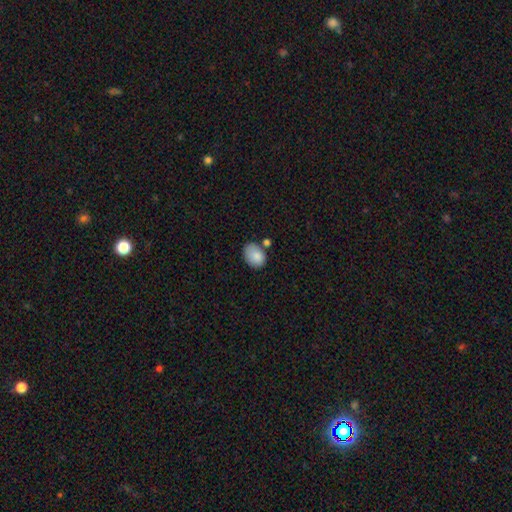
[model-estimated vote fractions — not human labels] Smooth or featured?
  - smooth: 85% *
  - star or artifact: 8%
  - featured or disk: 7%
How rounded?
  - in between: 75% *
  - round: 24%
  - cigar-shaped: 1%
Merging?
  - none: 60% *
  - minor disturbance: 21%
  - merger: 13%
  - major disturbance: 6%